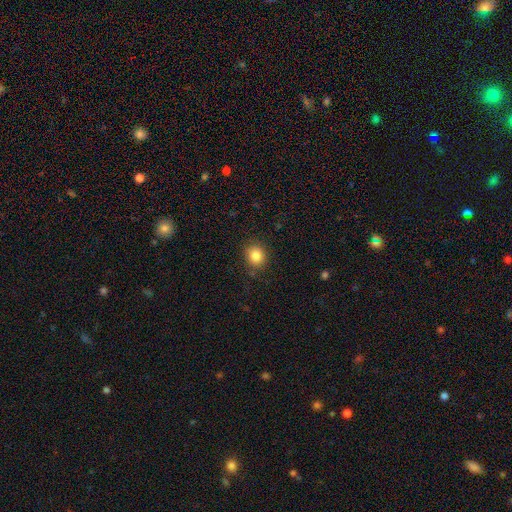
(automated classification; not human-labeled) Q: Smooth or featured?
A: smooth (85%); runner-up: star or artifact (10%)
Q: How rounded?
A: round (78%); runner-up: in between (21%)
Q: Merging?
A: none (86%); runner-up: minor disturbance (10%)